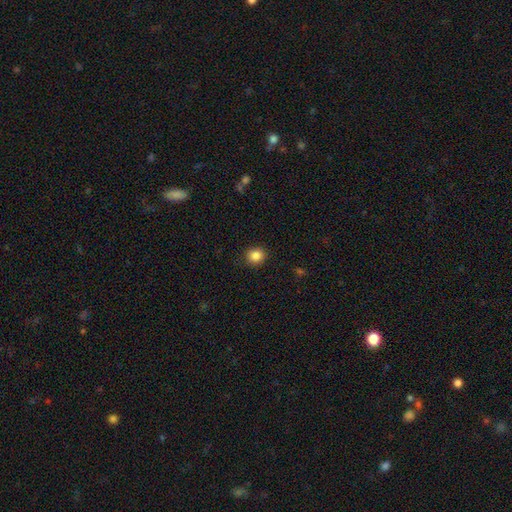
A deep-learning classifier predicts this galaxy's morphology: Smooth or featured? smooth (85%)
How rounded? round (81%)
Merging? none (89%)